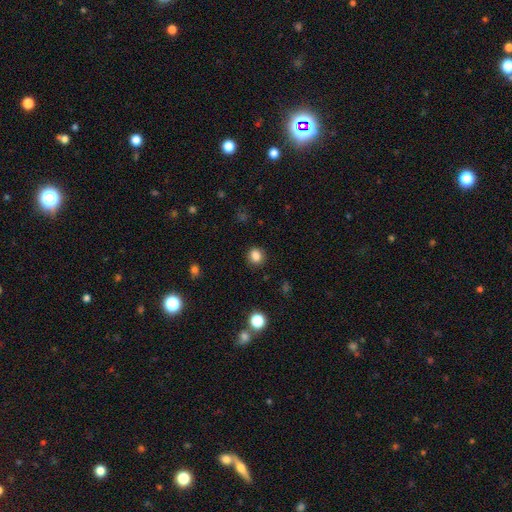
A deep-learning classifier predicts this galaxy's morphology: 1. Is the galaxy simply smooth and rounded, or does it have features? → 85% smooth, 12% star or artifact, 4% featured or disk.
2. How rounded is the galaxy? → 77% round, 22% in between, 1% cigar-shaped.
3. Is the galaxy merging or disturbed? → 89% none, 7% minor disturbance, 2% major disturbance, 1% merger.